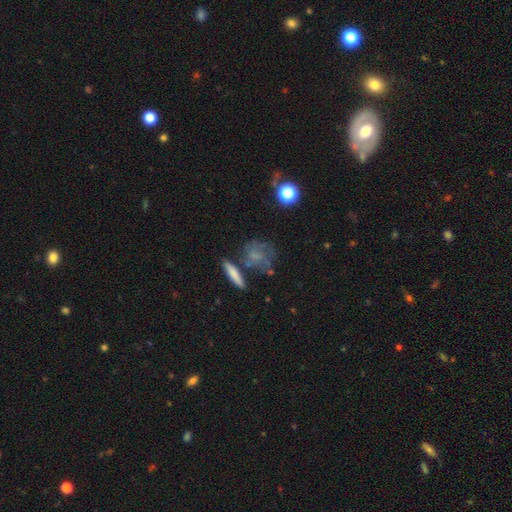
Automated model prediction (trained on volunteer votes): smooth 54%, featured or disk 32%, star or artifact 14%. Down the decision tree: how rounded — round (54%); merging — none (51%).